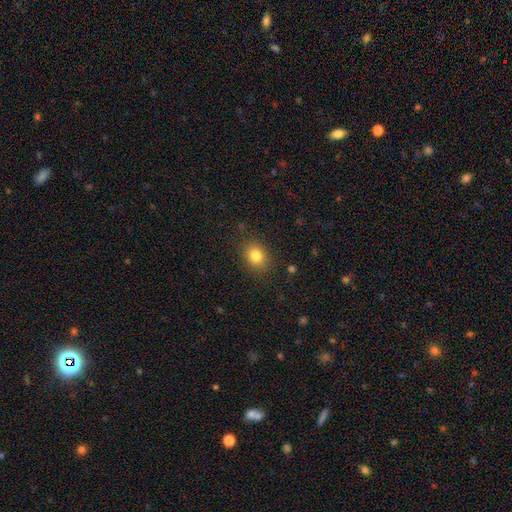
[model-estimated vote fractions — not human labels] Smooth or featured? Predicted: smooth (p=0.82). How rounded? Predicted: round (p=0.57). Merging? Predicted: none (p=0.87).